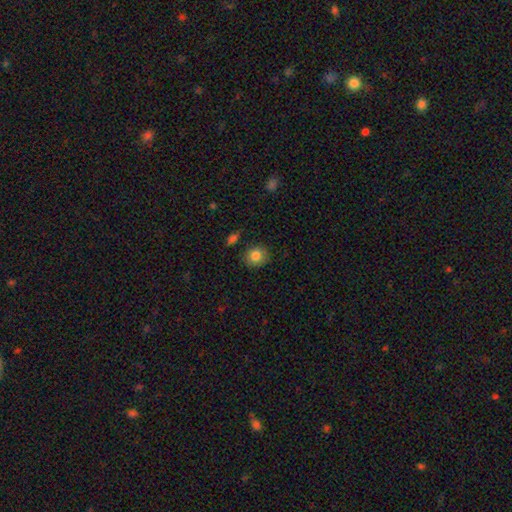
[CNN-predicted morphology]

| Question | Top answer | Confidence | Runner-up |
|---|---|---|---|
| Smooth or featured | smooth | 82% | star or artifact (9%) |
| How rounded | round | 78% | in between (21%) |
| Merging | none | 85% | minor disturbance (11%) |